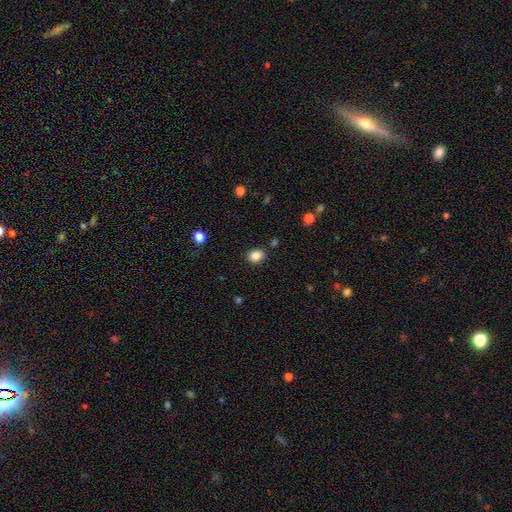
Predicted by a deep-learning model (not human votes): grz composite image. It shows a smooth galaxy with no disk features (84%) that is round (52%). Merging: none (88%).